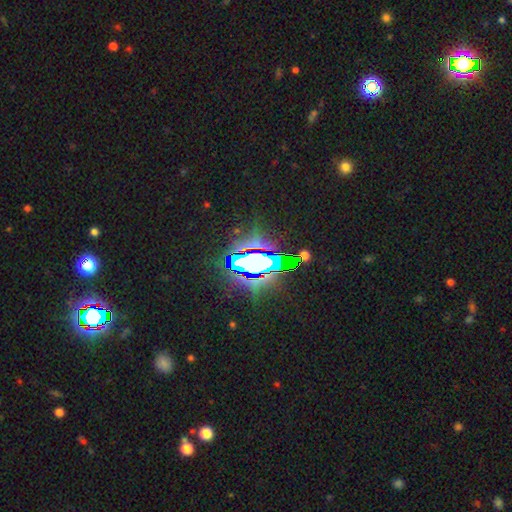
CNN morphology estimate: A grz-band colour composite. It shows a star or artifact, not a galaxy (70%).